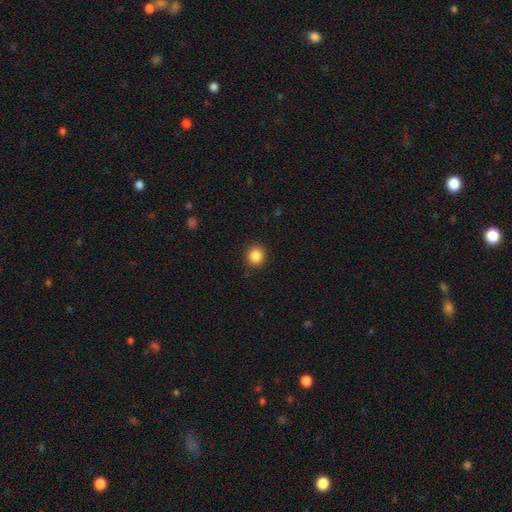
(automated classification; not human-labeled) The model was most divided on "smooth or featured": smooth: 86%, star or artifact: 10%, featured or disk: 4%. More confident: merging — none (91%); how rounded — round (90%).